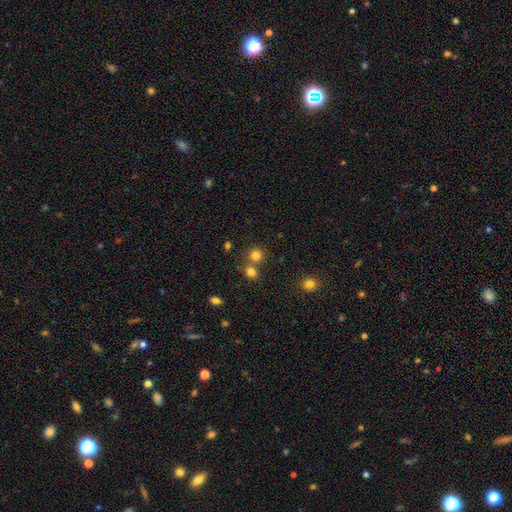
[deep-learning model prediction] The model was most divided on "merging": none: 63%, merger: 28%, minor disturbance: 6%, major disturbance: 3%. More confident: how rounded — round (89%); smooth or featured — smooth (79%).